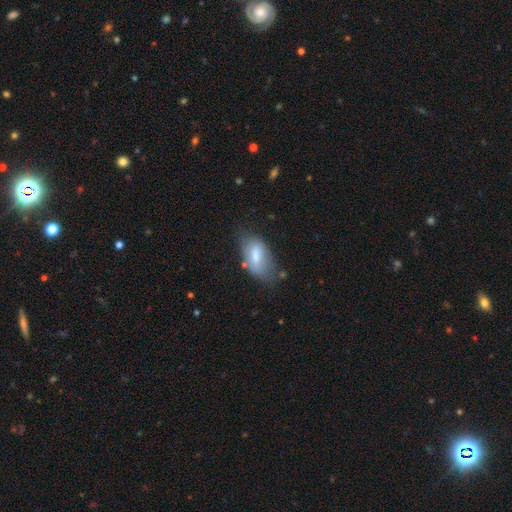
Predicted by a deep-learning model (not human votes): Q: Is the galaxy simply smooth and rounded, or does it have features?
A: smooth — 70%.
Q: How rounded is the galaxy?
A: in between — 91%.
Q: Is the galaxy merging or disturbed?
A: none — 52%.